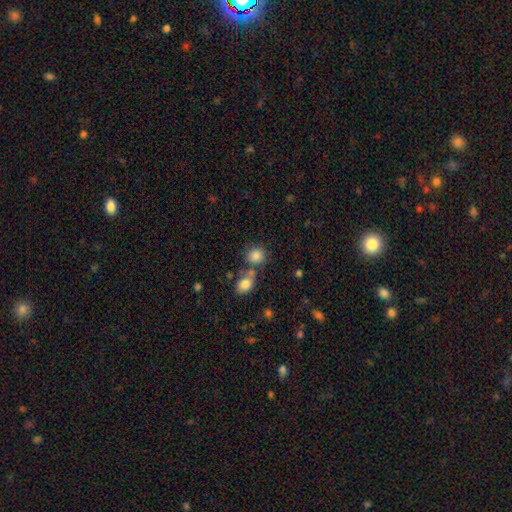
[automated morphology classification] smooth-or-featured: smooth: 84% | star or artifact: 10% | featured or disk: 6%
  how-rounded: round: 69% | in between: 30% | cigar-shaped: 1%
  merging: none: 58% | merger: 26% | minor disturbance: 12% | major disturbance: 5%